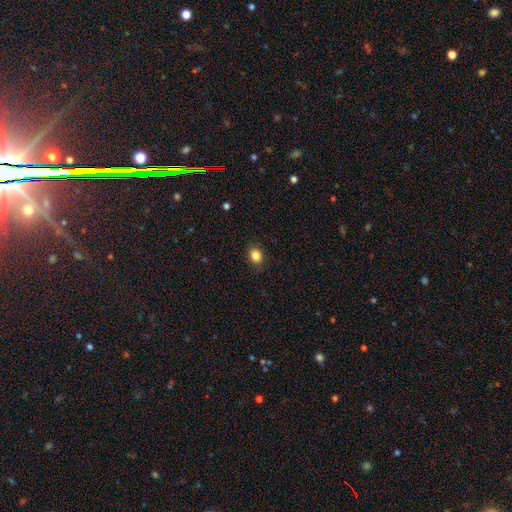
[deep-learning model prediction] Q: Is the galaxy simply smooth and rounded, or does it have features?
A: smooth — 85%.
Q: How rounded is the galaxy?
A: in between — 53%.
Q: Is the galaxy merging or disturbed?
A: none — 88%.